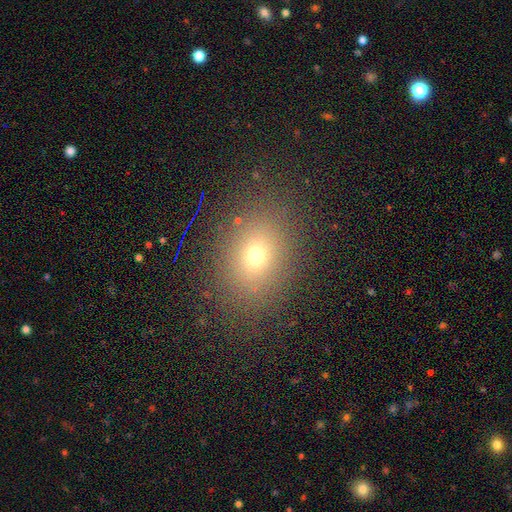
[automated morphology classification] Smooth or featured? smooth (69%)
How rounded? in between (56%)
Merging? none (86%)